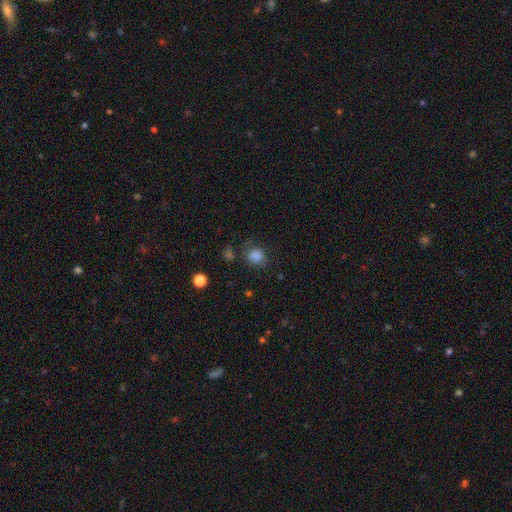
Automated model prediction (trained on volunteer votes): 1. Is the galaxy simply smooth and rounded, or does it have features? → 81% smooth, 13% star or artifact, 6% featured or disk.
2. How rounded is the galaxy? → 75% round, 24% in between, 1% cigar-shaped.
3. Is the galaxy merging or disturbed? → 68% none, 18% minor disturbance, 9% major disturbance, 5% merger.